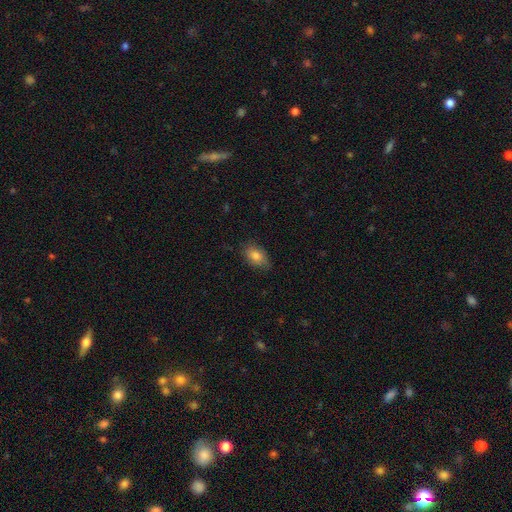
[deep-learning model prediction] Overall: smooth (81%). How rounded: in between (84%). Merging: none (74%).